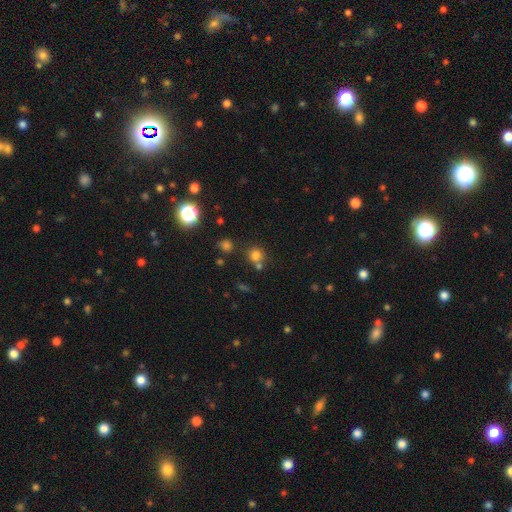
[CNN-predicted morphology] Overall: smooth (74%). How rounded: round (83%). Merging: none (63%; merger 23%).